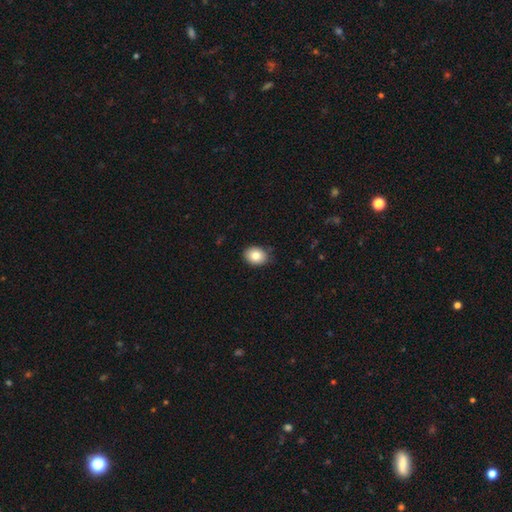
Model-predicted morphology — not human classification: A smooth galaxy with no disk features (83%) that is in between round and cigar-shaped (57%).

Vote fractions:
- Smooth or featured? smooth: 83% / star or artifact: 9% / featured or disk: 8%
- How rounded? in between: 57% / round: 42% / cigar-shaped: 1%
- Merging? none: 82% / minor disturbance: 14% / major disturbance: 2% / merger: 1%